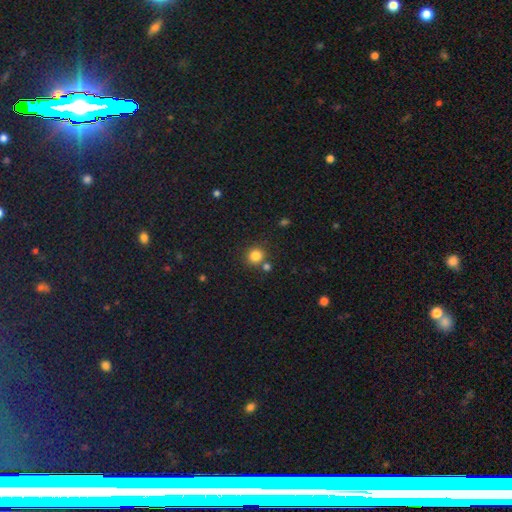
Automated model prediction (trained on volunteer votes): A smooth galaxy with no disk features (83%) that is round (86%). Merging: none (76%).